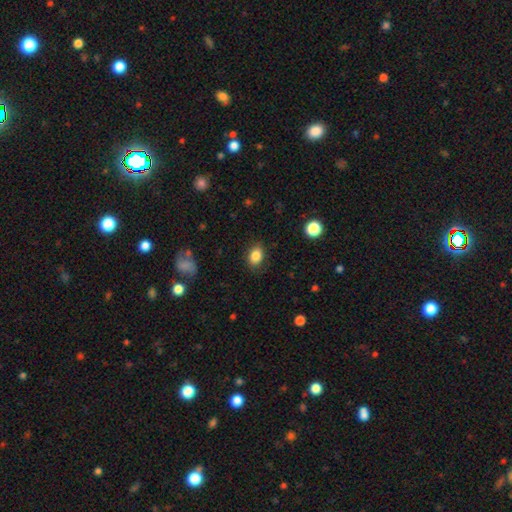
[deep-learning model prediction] Smooth or featured?
  - smooth: 86% *
  - star or artifact: 9%
  - featured or disk: 5%
How rounded?
  - in between: 72% *
  - round: 27%
  - cigar-shaped: 1%
Merging?
  - none: 83% *
  - minor disturbance: 13%
  - major disturbance: 3%
  - merger: 1%